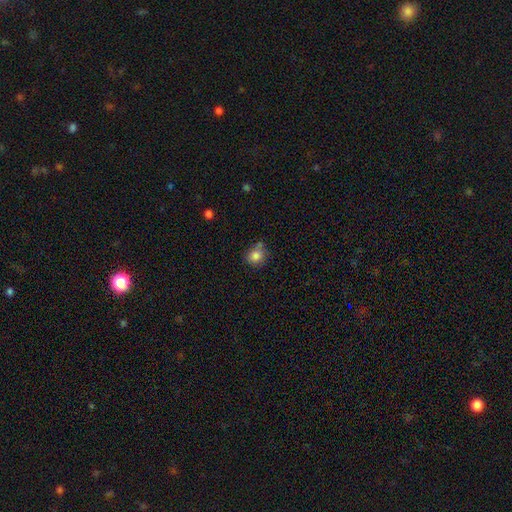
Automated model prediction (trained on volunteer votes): Morphology: type=smooth (83%); roundness=round (81%); merging=none (66%).